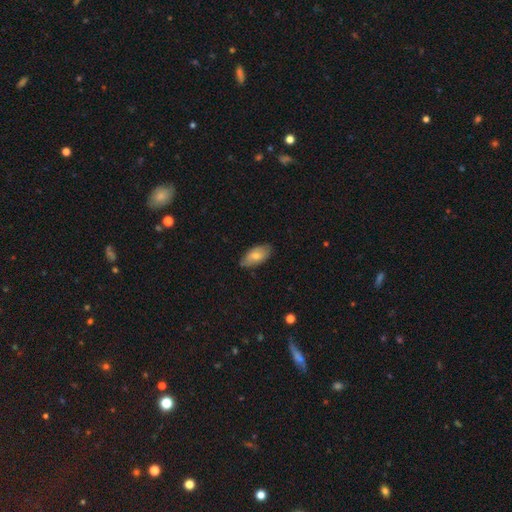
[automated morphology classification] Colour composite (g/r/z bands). It shows a smooth galaxy with no disk features (70%) that is in between round and cigar-shaped (92%). Merging: none (73%).